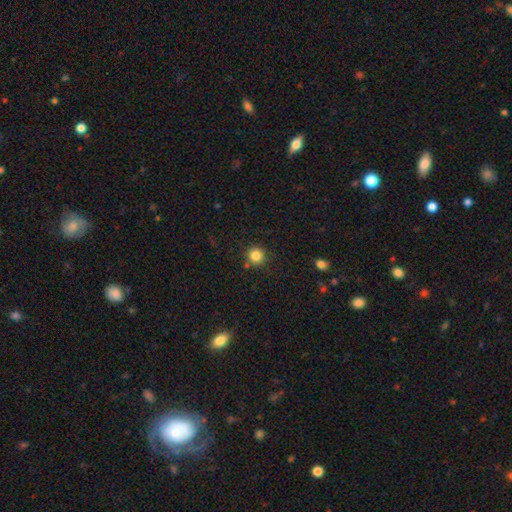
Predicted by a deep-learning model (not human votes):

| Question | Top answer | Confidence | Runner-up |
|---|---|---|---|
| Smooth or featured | smooth | 83% | star or artifact (12%) |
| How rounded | round | 94% | in between (5%) |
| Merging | none | 83% | minor disturbance (9%) |